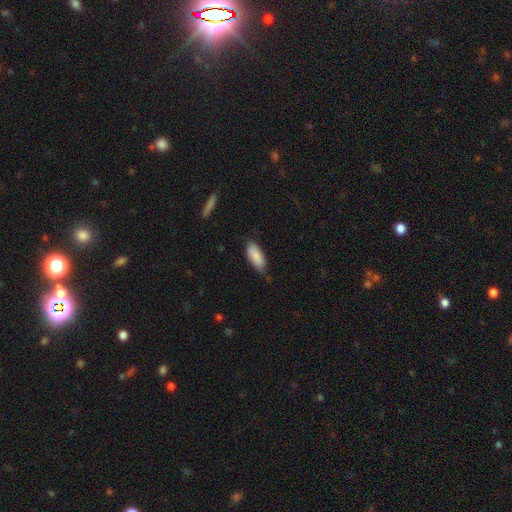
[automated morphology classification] Overall: smooth (88%). How rounded: in between (85%). Merging: none (68%).